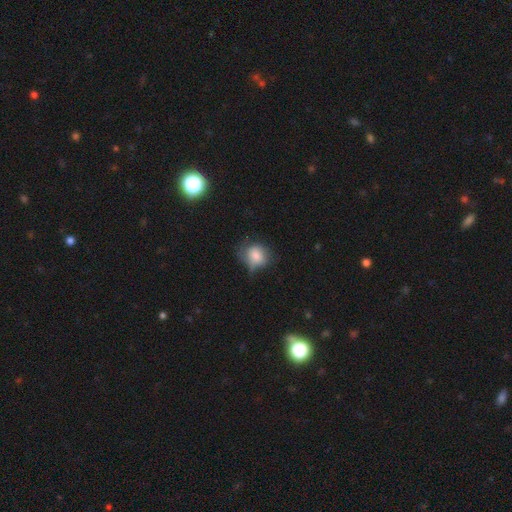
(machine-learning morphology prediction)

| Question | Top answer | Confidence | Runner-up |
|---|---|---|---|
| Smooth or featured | smooth | 73% | featured or disk (17%) |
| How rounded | round | 66% | in between (33%) |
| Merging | none | 44% | minor disturbance (36%) |